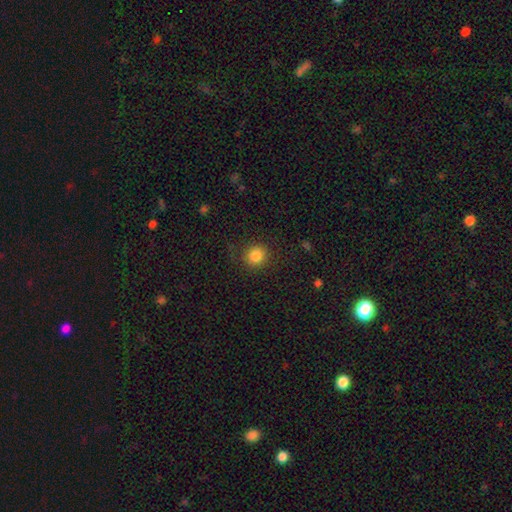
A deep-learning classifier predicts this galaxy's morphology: smooth-or-featured: smooth: 85% | star or artifact: 11% | featured or disk: 5%
  how-rounded: round: 88% | in between: 11% | cigar-shaped: 1%
  merging: none: 86% | minor disturbance: 9% | major disturbance: 4% | merger: 1%